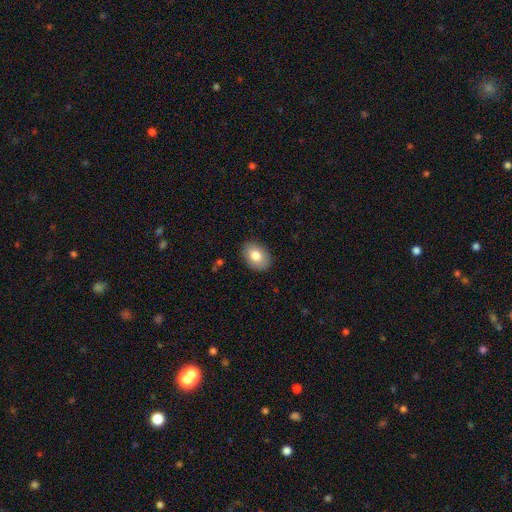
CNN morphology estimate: Overall: smooth (80%). How rounded: in between (79%). Merging: none (88%).